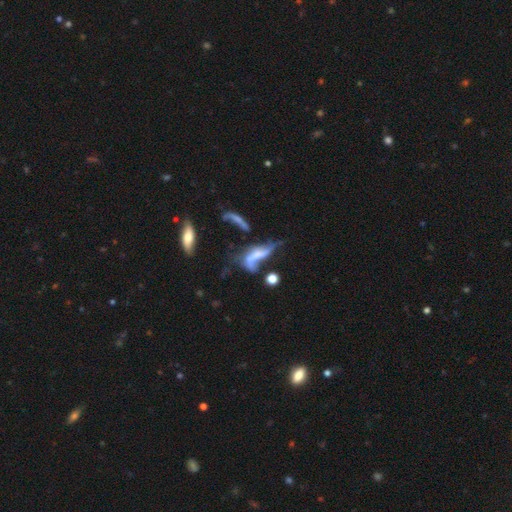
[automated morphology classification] Q: Smooth or featured?
A: featured or disk (52%); runner-up: smooth (35%)
Q: Edge-on disk?
A: no (82%); runner-up: yes (18%)
Q: Merging?
A: major disturbance (35%); tied with: merger (35%)